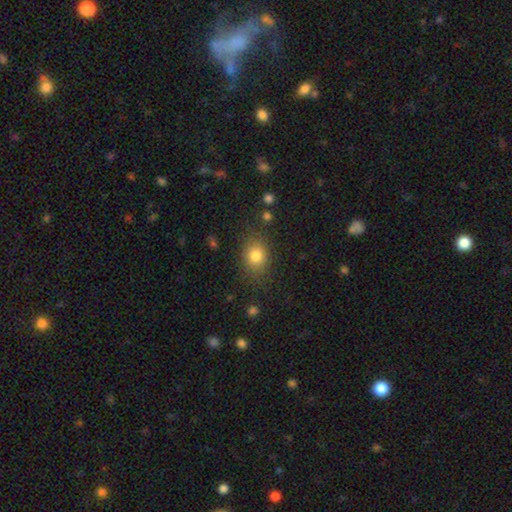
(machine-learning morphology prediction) smooth_or_featured: smooth (p=0.82) [alt: star or artifact p=0.11]
how_rounded: round (p=0.51) [alt: in between p=0.48]
merging: none (p=0.81) [alt: minor disturbance p=0.13]